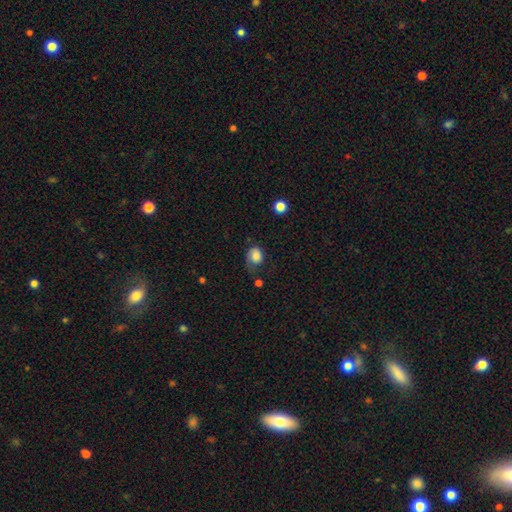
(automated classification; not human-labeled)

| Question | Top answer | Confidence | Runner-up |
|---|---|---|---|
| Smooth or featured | smooth | 73% | featured or disk (18%) |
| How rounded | in between | 52% | round (47%) |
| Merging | none | 37% | minor disturbance (31%) |